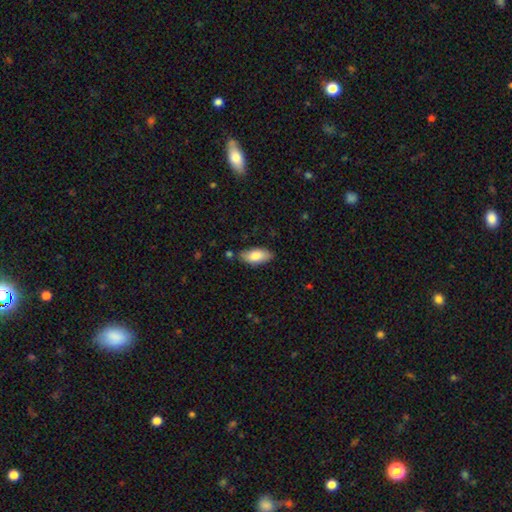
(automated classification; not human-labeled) smooth_or_featured: smooth (p=0.81) [alt: featured or disk p=0.13]
how_rounded: in between (p=0.89) [alt: cigar-shaped p=0.09]
merging: none (p=0.79) [alt: minor disturbance p=0.15]